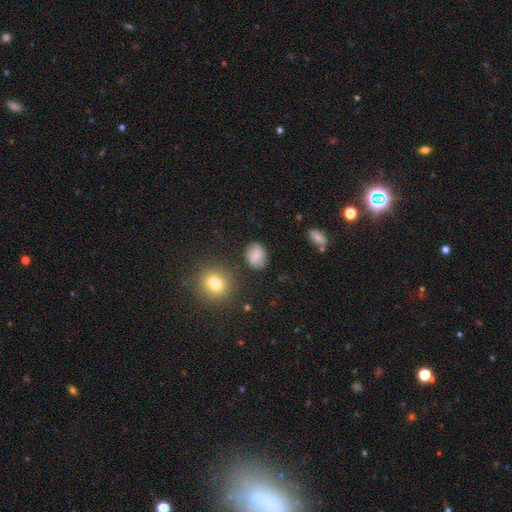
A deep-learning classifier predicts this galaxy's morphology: This is likely a smooth galaxy (77%). How rounded: possibly in between (59%). Merging: likely none (78%).